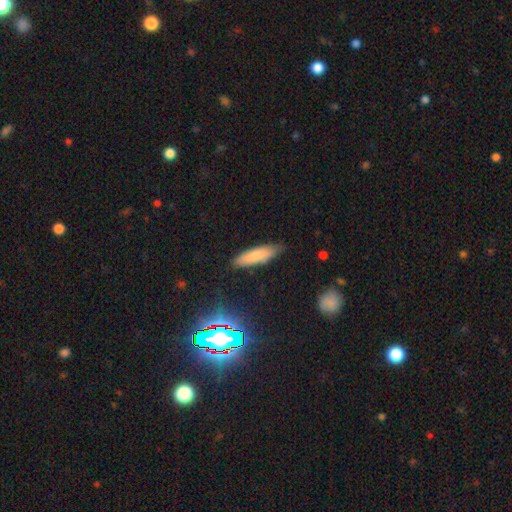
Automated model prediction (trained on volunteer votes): Morphology: type=smooth (79%); roundness=cigar-shaped (62%); merging=none (83%).